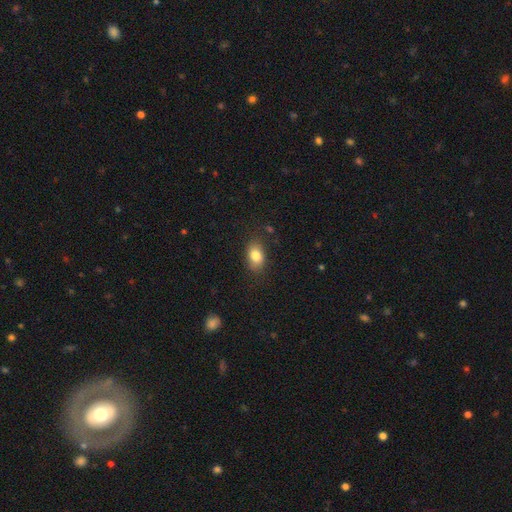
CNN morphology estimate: This is clearly a smooth galaxy (82%). How rounded: clearly in between (82%). Merging: likely none (79%).